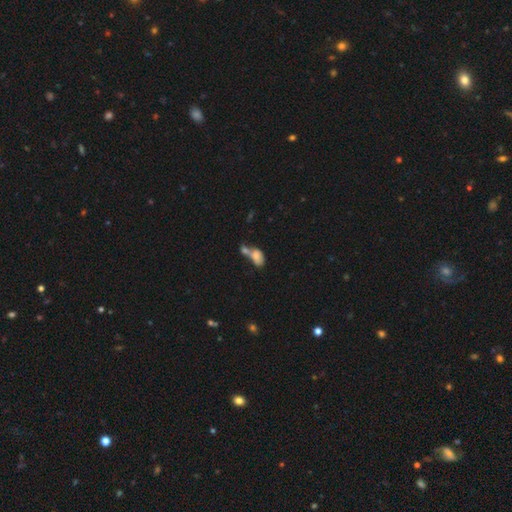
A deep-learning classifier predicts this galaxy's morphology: Smooth or featured? Predicted: smooth (p=0.73). How rounded? Predicted: in between (p=0.86). Merging? Predicted: merger (p=0.65).